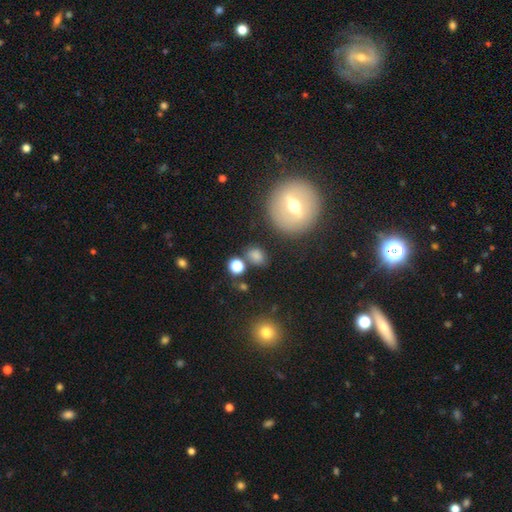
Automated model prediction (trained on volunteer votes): A smooth galaxy with no disk features (72%) that is in between round and cigar-shaped (52%). Merging: none (72%).